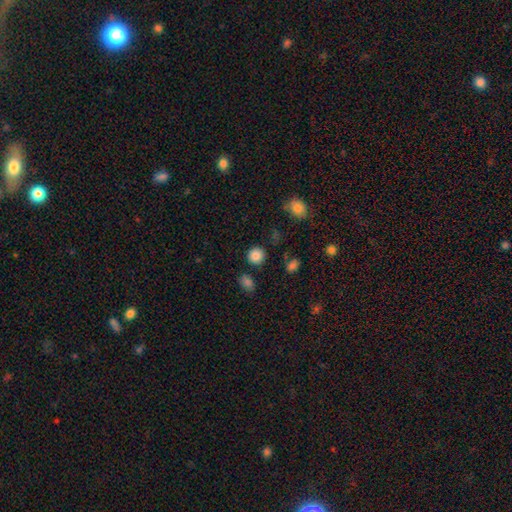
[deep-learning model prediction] smooth_or_featured: smooth (p=0.84) [alt: star or artifact p=0.11]
how_rounded: round (p=0.91) [alt: in between p=0.08]
merging: none (p=0.88) [alt: minor disturbance p=0.07]